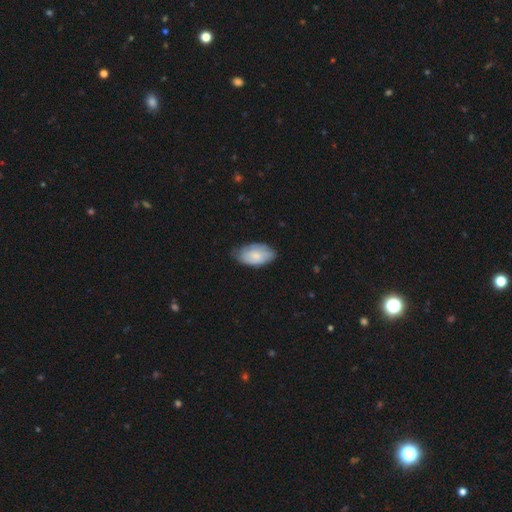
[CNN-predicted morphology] smooth_or_featured: smooth (p=0.69) [alt: featured or disk p=0.25]
how_rounded: in between (p=0.95) [alt: round p=0.03]
merging: none (p=0.62) [alt: minor disturbance p=0.32]